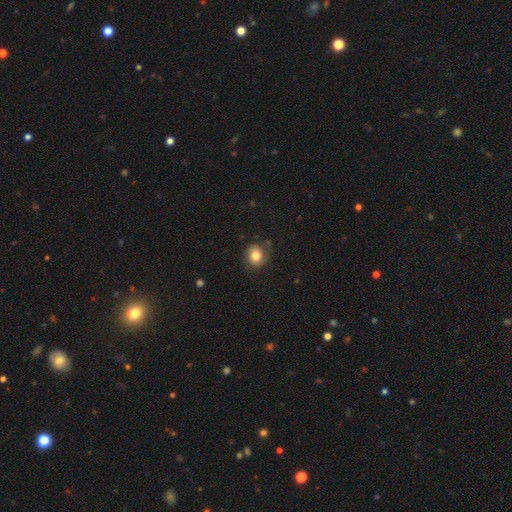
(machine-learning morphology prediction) Smooth or featured? smooth (75%)
How rounded? round (63%)
Merging? none (74%)